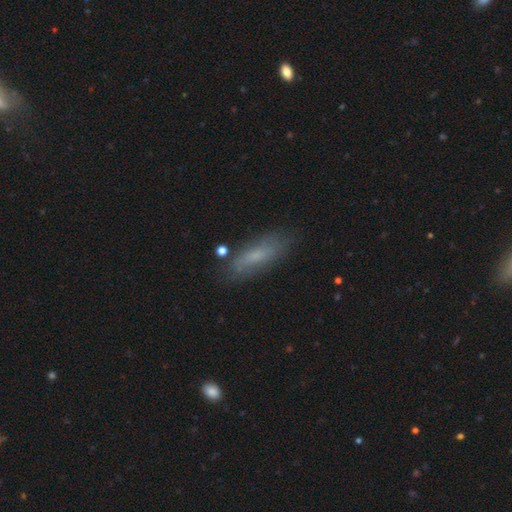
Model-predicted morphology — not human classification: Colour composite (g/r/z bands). It shows a smooth galaxy with no disk features (64%) that is cigar-shaped (50%). Merging: none (77%).